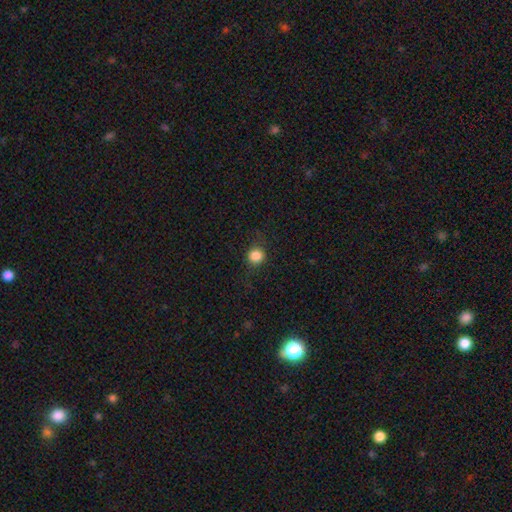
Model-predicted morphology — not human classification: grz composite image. It shows a smooth galaxy with no disk features (83%) that is round (88%). Merging: none (83%).